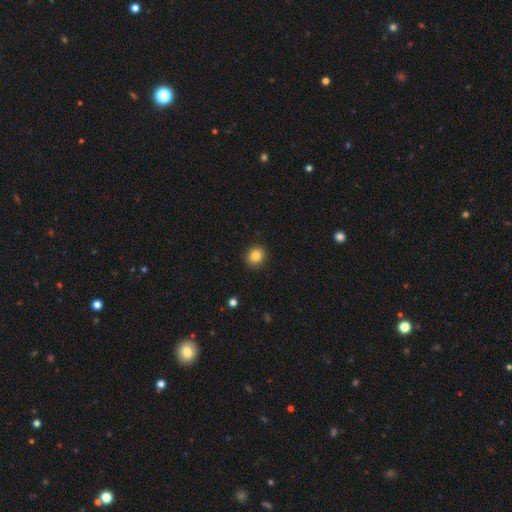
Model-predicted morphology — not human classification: This is clearly a smooth galaxy (84%). How rounded: clearly round (84%). Merging: clearly none (91%).